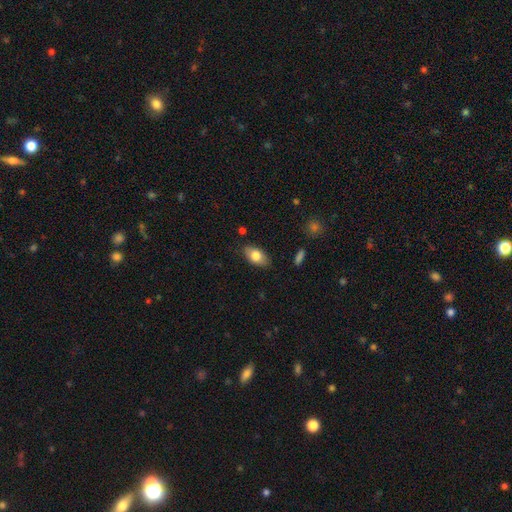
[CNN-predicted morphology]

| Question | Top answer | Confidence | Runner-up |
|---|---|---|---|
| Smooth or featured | smooth | 78% | featured or disk (15%) |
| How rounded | in between | 92% | round (6%) |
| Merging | none | 83% | minor disturbance (13%) |